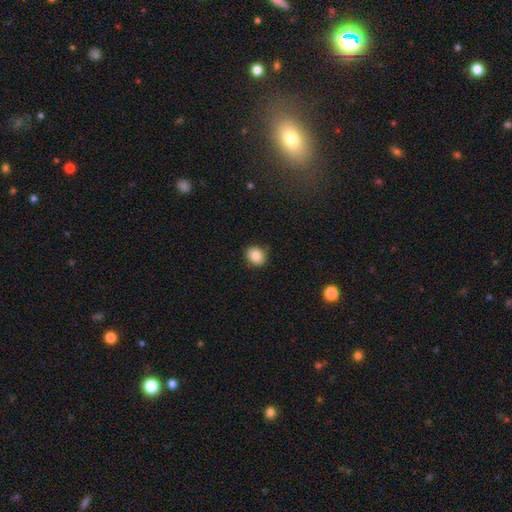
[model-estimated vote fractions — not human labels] Smooth or featured? smooth (84%)
How rounded? round (74%)
Merging? none (87%)